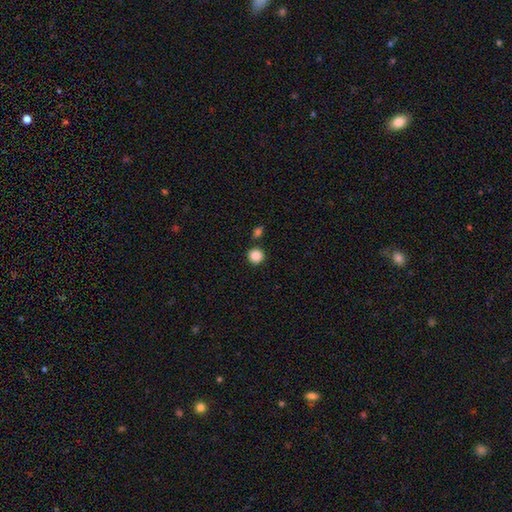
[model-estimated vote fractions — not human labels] A smooth galaxy with no disk features (88%) that is round (93%).

Vote fractions:
- Smooth or featured? smooth: 88% / star or artifact: 9% / featured or disk: 3%
- How rounded? round: 93% / in between: 6% / cigar-shaped: 1%
- Merging? none: 84% / minor disturbance: 7% / merger: 6% / major disturbance: 2%